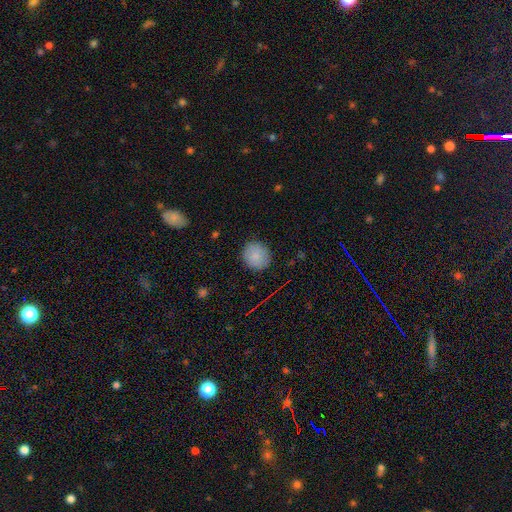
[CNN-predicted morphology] A smooth galaxy with no disk features (85%) that is round (83%). Merging: none (88%).